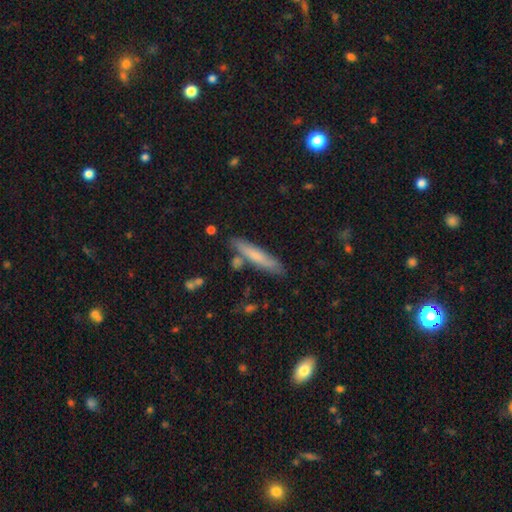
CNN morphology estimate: Overall: smooth (69%). How rounded: cigar-shaped (90%). Merging: none (80%).